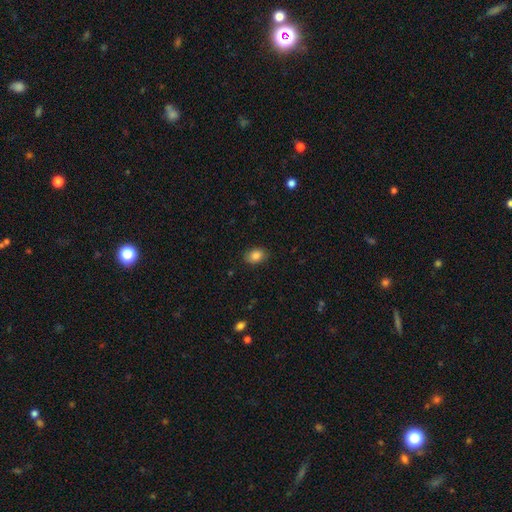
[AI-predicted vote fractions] Smooth or featured? smooth (86%)
How rounded? in between (72%)
Merging? none (87%)